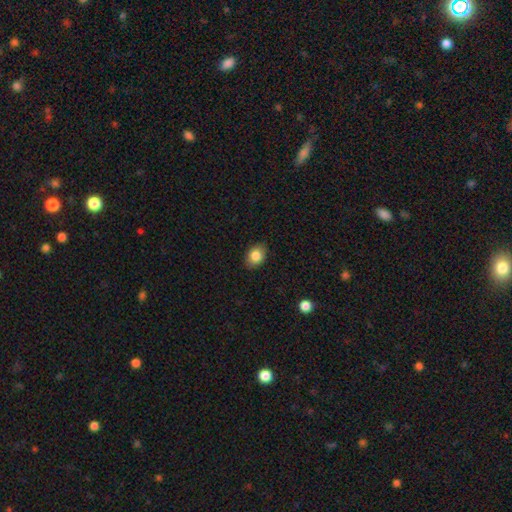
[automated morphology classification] Overall: smooth (83%). How rounded: in between (71%). Merging: none (86%).